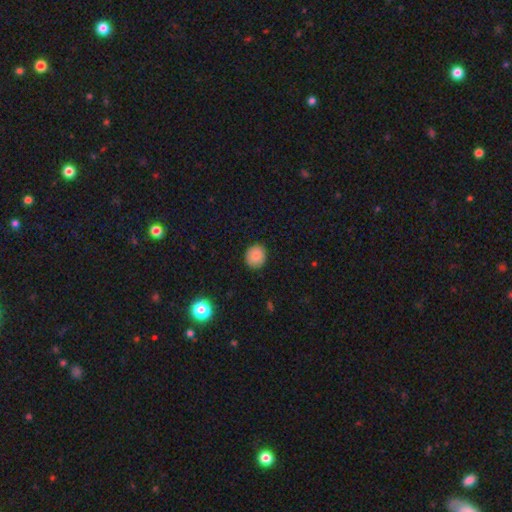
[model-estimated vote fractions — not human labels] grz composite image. It shows a smooth galaxy with no disk features (87%) that is round (79%). Merging: none (89%).